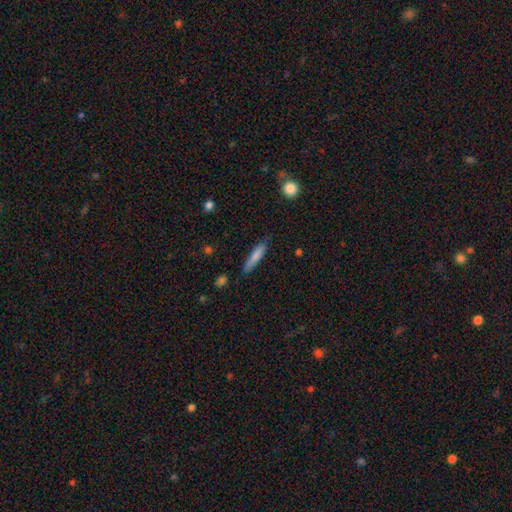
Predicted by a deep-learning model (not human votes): A smooth galaxy with no disk features (76%) that is cigar-shaped (87%). Merging: none (80%).